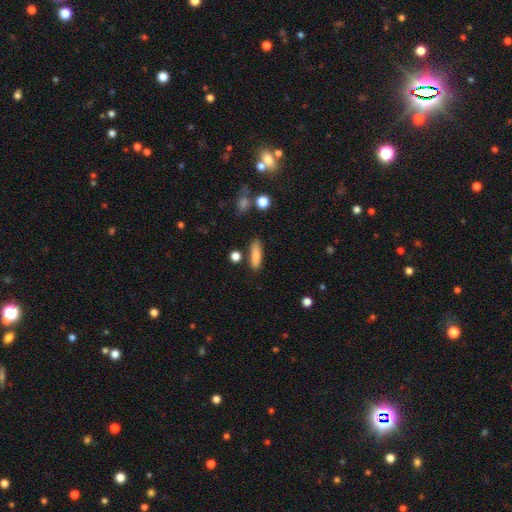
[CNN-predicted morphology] smooth 82%, featured or disk 10%, star or artifact 7%. Down the decision tree: how rounded — cigar-shaped (56%); merging — none (81%).